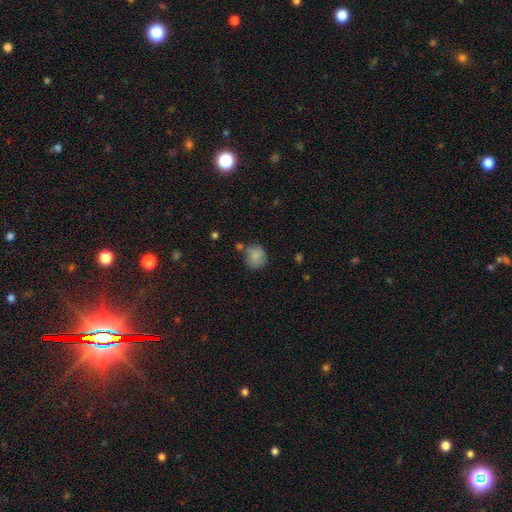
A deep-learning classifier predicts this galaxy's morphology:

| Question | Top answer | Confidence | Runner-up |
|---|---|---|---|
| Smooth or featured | smooth | 82% | featured or disk (9%) |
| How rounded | round | 71% | in between (28%) |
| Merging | none | 62% | minor disturbance (21%) |